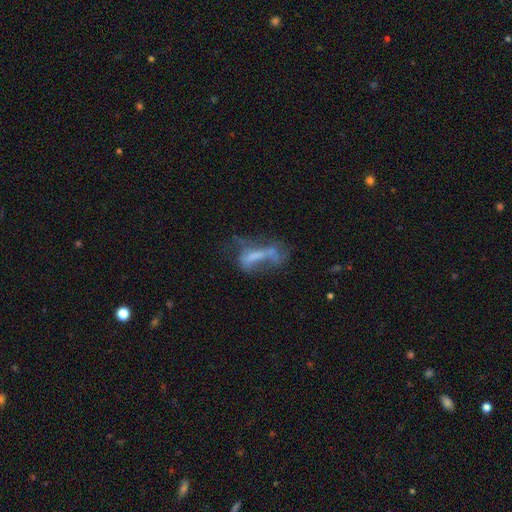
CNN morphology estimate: Smooth or featured: featured or disk — 48% (smooth — 37%)
Merging: major disturbance — 42% (none — 26%)